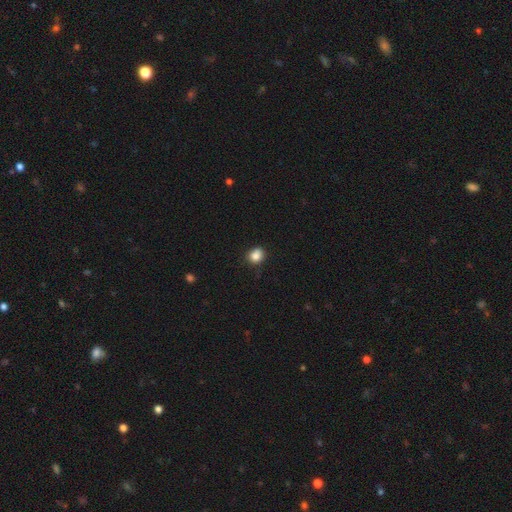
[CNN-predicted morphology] Q: Smooth or featured?
A: smooth (85%); runner-up: star or artifact (10%)
Q: How rounded?
A: round (72%); runner-up: in between (27%)
Q: Merging?
A: none (77%); runner-up: minor disturbance (18%)